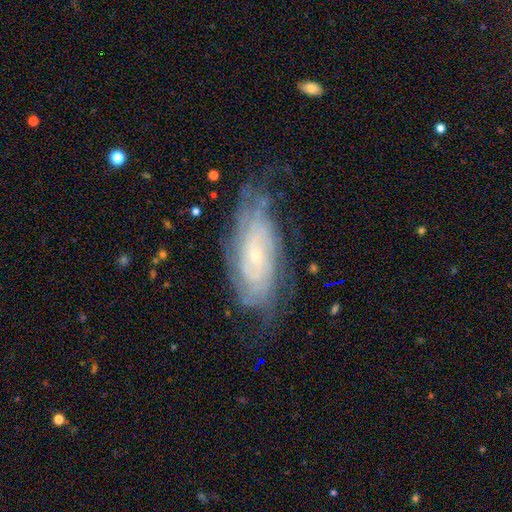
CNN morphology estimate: Overall: featured or disk (82%). Edge-on disk: no (91%). Bar: no (72%). Spiral arms: yes (94%). Spiral arm count: can't tell (49%; 2 13%). Spiral winding: tight (76%). Bulge size: small (81%). Merging: none (68%).